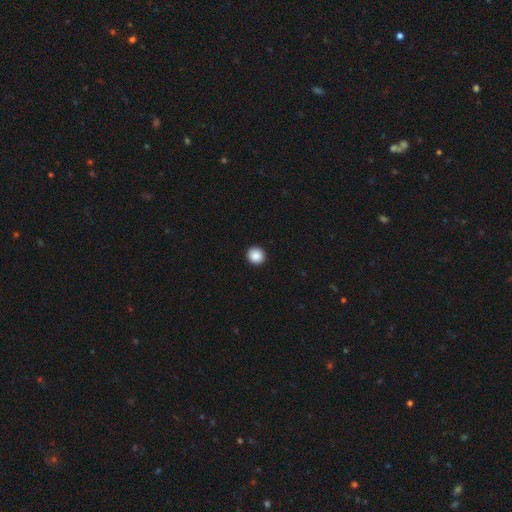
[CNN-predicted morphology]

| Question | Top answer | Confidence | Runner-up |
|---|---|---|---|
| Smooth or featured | smooth | 89% | star or artifact (9%) |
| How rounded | round | 91% | in between (8%) |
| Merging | none | 93% | minor disturbance (5%) |